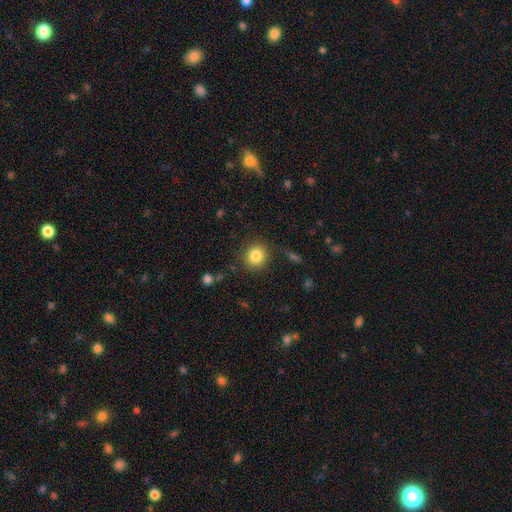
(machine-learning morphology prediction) This is clearly a smooth galaxy (84%). How rounded: clearly round (88%). Merging: clearly none (87%).